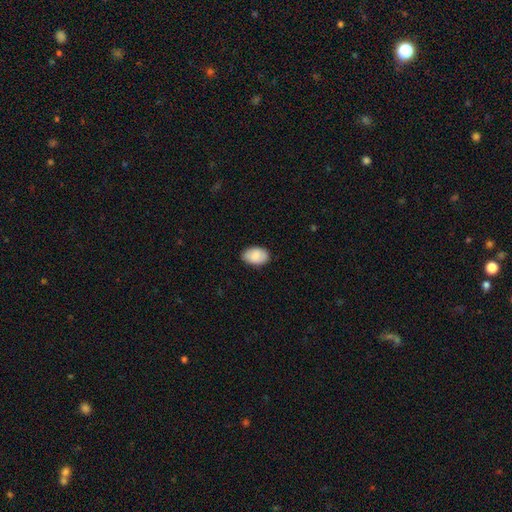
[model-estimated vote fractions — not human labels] Q: Smooth or featured?
A: smooth (88%); runner-up: star or artifact (6%)
Q: How rounded?
A: in between (90%); runner-up: round (9%)
Q: Merging?
A: none (86%); runner-up: minor disturbance (11%)